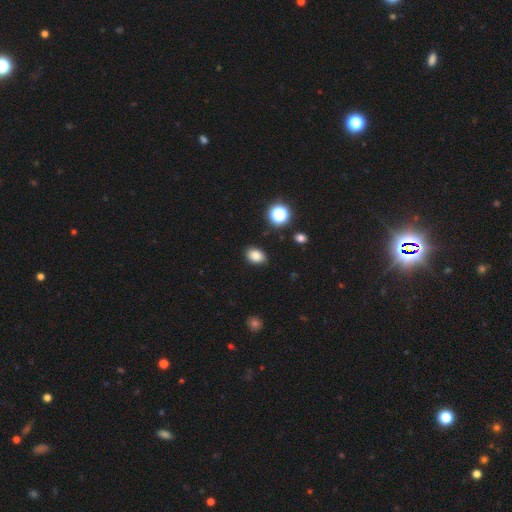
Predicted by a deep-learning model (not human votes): Smooth or featured?
  - smooth: 83% *
  - star or artifact: 12%
  - featured or disk: 5%
How rounded?
  - in between: 74% *
  - round: 25%
  - cigar-shaped: 1%
Merging?
  - none: 85% *
  - minor disturbance: 11%
  - major disturbance: 3%
  - merger: 1%